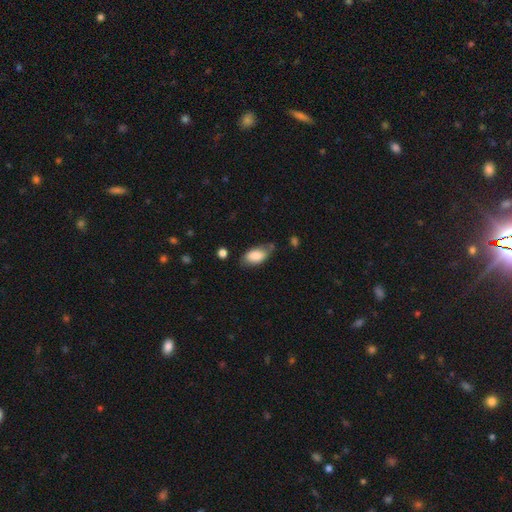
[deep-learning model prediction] smooth_or_featured: smooth (p=0.81) [alt: featured or disk p=0.12]
how_rounded: in between (p=0.92) [alt: cigar-shaped p=0.04]
merging: none (p=0.59) [alt: minor disturbance p=0.29]